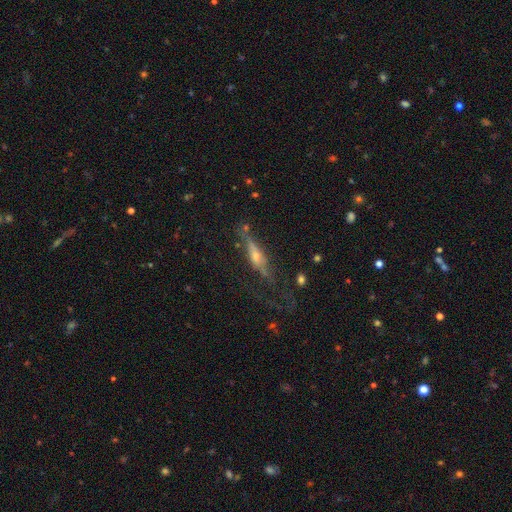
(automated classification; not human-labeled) Overall: featured or disk (64%; smooth 25%). Edge-on disk: yes (80%). Edge-on bulge: rounded (80%). Merging: none (50%; minor disturbance 24%).